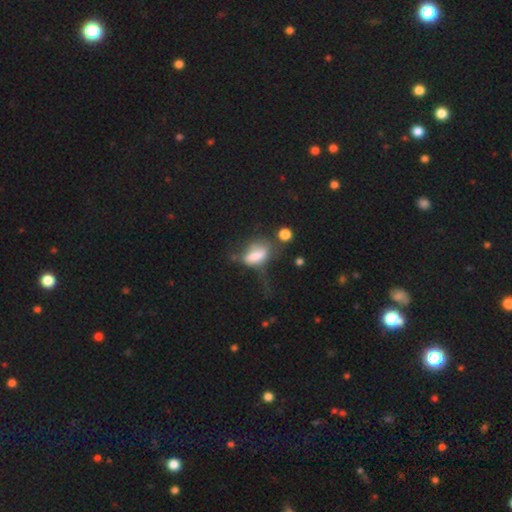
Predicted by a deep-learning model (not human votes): Overall: smooth (61%; featured or disk 29%). How rounded: in between (81%). Merging: major disturbance (45%; minor disturbance 20%).